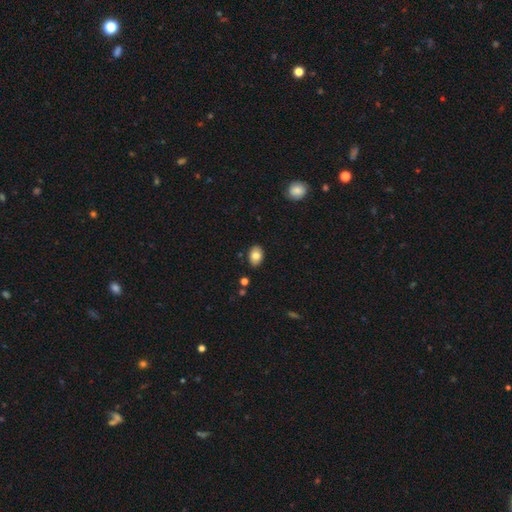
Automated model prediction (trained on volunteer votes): Overall: smooth (79%). How rounded: in between (85%). Merging: none (85%).